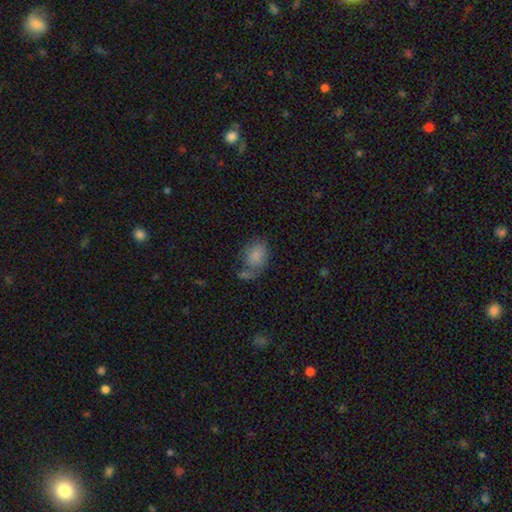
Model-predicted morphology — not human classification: A smooth galaxy with no disk features (80%) that is in between round and cigar-shaped (72%). Merging: none (40%).